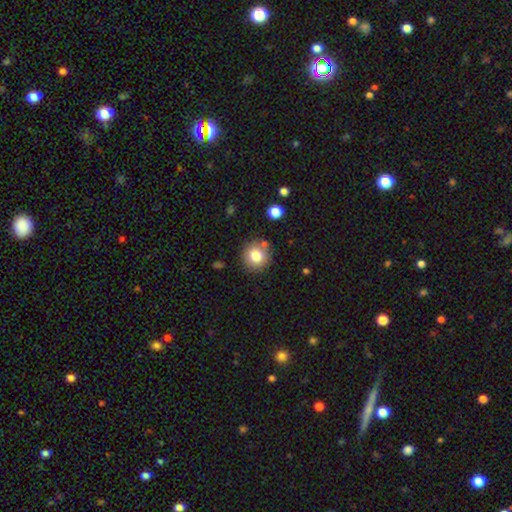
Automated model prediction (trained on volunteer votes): Morphology: type=smooth (80%); roundness=round (91%); merging=none (82%).